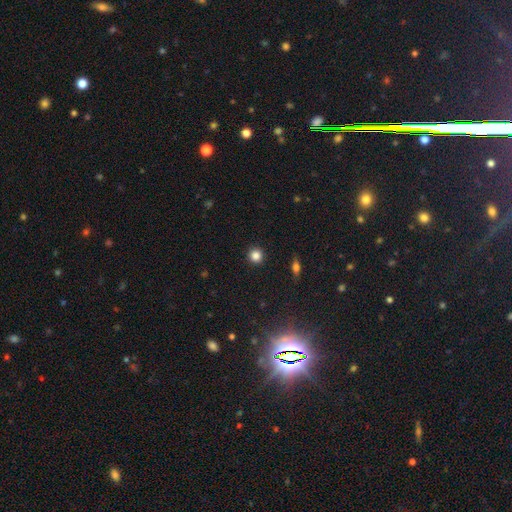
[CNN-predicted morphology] This is clearly a smooth galaxy (84%). How rounded: clearly round (94%). Merging: clearly none (93%).